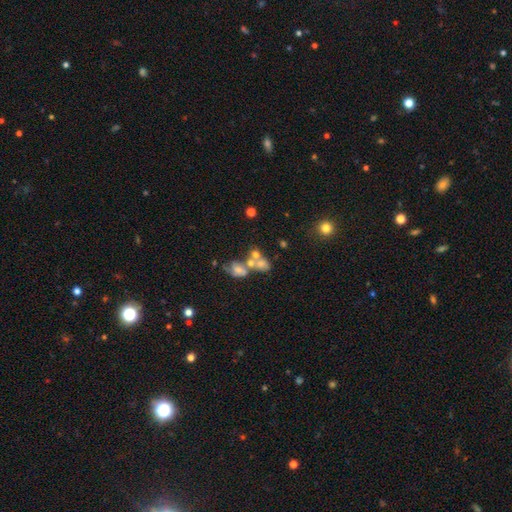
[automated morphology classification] A smooth galaxy with no disk features (50%).

Vote fractions:
- Smooth or featured? smooth: 50% / featured or disk: 33% / star or artifact: 17%
- Merging? merger: 55% / none: 22% / major disturbance: 12% / minor disturbance: 10%